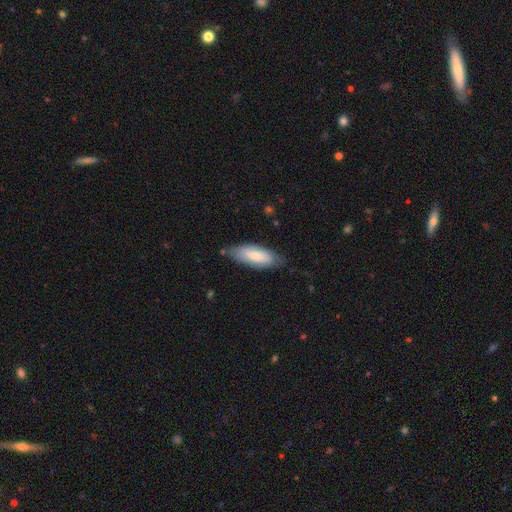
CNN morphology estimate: This is likely a smooth galaxy (71%). How rounded: likely in between (70%). Merging: likely none (70%).